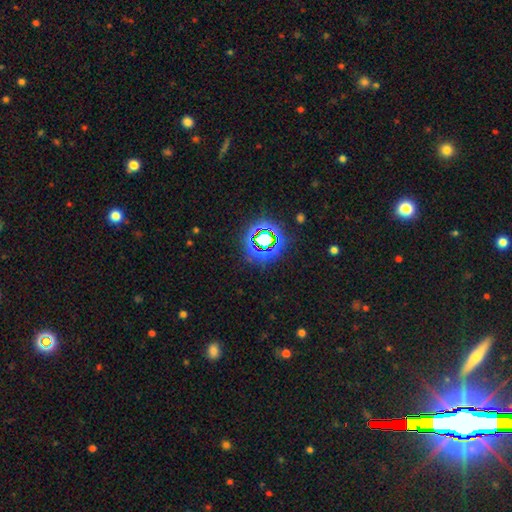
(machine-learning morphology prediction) type=star or artifact (68%).